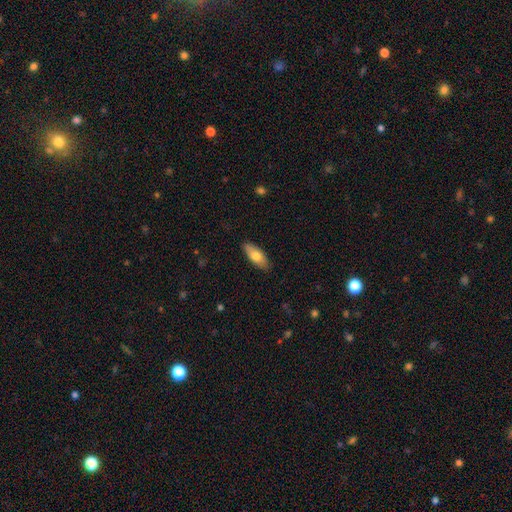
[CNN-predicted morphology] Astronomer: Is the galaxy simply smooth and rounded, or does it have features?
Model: smooth — 74%.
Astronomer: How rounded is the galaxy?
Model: in between — 77%.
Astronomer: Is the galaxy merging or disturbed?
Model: none — 86%.